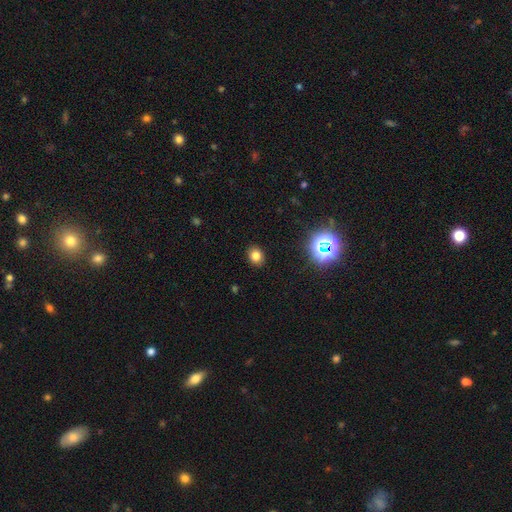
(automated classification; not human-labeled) The model was most divided on "how rounded": round: 60%, in between: 40%, cigar-shaped: 1%. More confident: merging — none (90%); smooth or featured — smooth (76%).